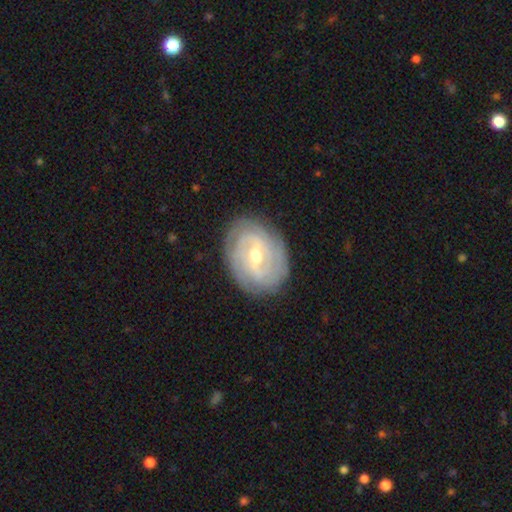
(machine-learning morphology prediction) smooth-or-featured: featured or disk: 85% | smooth: 10% | star or artifact: 5%
  disk-edge-on: no: 96% | yes: 4%
    bar: weak: 51% | strong: 31% | no: 18%
    has-spiral-arms: yes: 93% | no: 7%
      spiral-winding: tight: 74% | medium: 21% | loose: 5%
      spiral-arm-count: can't tell: 30% (tied) | 2: 30% (tied) | 3: 21% | 4: 9% | more than 4: 5% | 1: 5%
    bulge-size: moderate: 65% | small: 31% | large: 2% | none: 1% | dominant: 1%
  merging: none: 83% | minor disturbance: 12% | major disturbance: 3% | merger: 1%